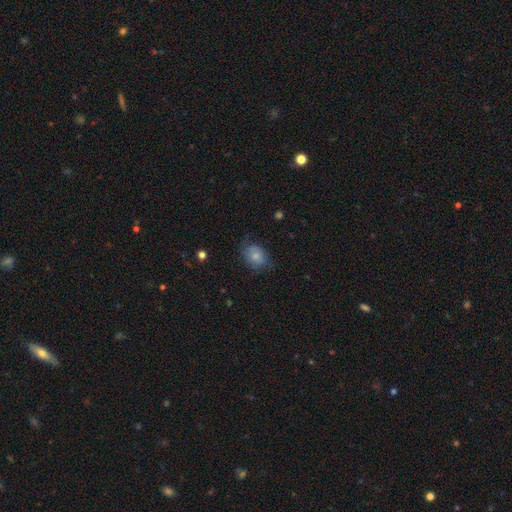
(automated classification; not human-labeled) A smooth galaxy with no disk features (73%) that is in between round and cigar-shaped (63%). Merging: none (61%).